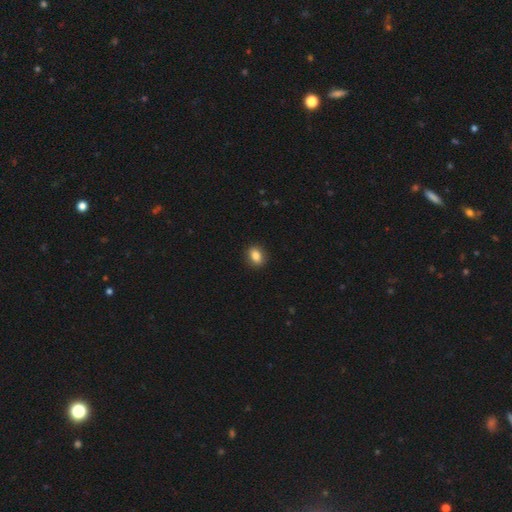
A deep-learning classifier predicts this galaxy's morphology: This appears to be a smooth galaxy with no disk features (85%) that is in between round and cigar-shaped (65%). Merging: none (89%).